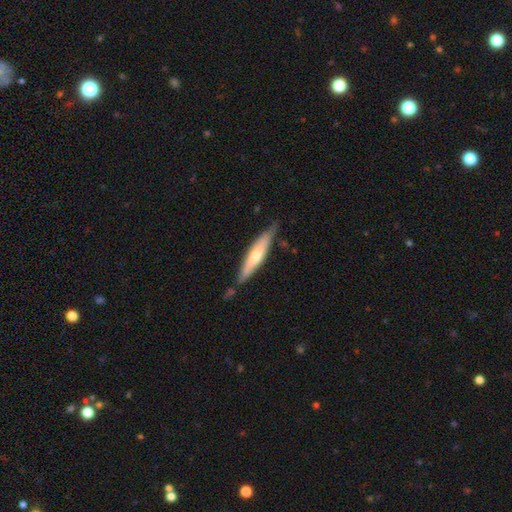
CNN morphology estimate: smooth-or-featured: smooth: 51% | featured or disk: 44% | star or artifact: 5%
  how-rounded: cigar-shaped: 84% | in between: 15% | round: 1%
  merging: none: 72% | minor disturbance: 21% | merger: 4% | major disturbance: 4%